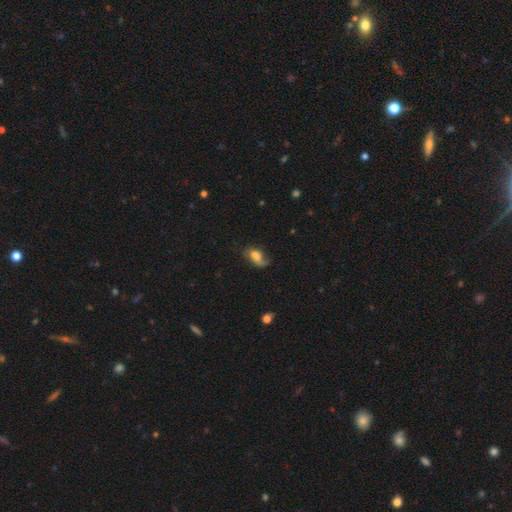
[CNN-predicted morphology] Q: Smooth or featured?
A: smooth (59%); runner-up: featured or disk (30%)
Q: How rounded?
A: in between (84%); runner-up: round (11%)
Q: Merging?
A: none (35%); runner-up: major disturbance (30%)